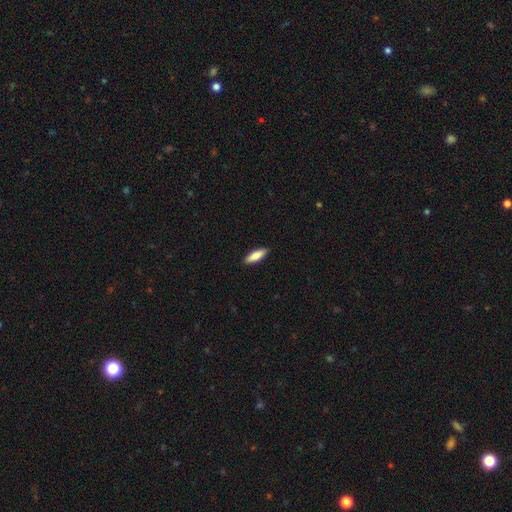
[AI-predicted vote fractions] A smooth galaxy with no disk features (81%) that is in between round and cigar-shaped (50%). Merging: none (90%).